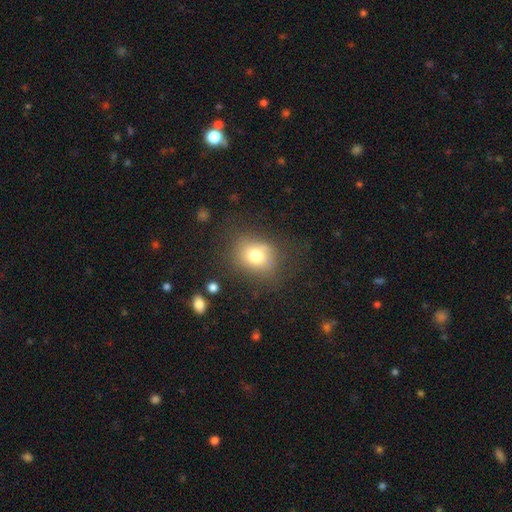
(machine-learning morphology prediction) smooth-or-featured: smooth: 74% | featured or disk: 14% | star or artifact: 12%
  how-rounded: round: 55% | in between: 44% | cigar-shaped: 1%
  merging: none: 68% | minor disturbance: 18% | major disturbance: 11% | merger: 2%